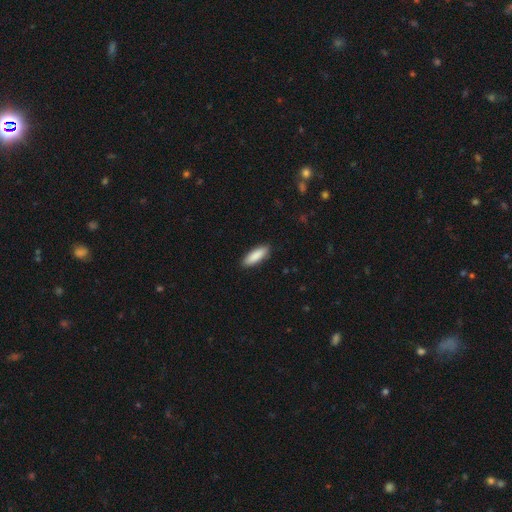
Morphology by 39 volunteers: A smooth galaxy with no disk features (95%) that is in between round and cigar-shaped (76%).

Vote fractions:
- Smooth or featured? smooth: 95% / star or artifact: 5% / featured or disk: 0%
- How rounded? in between: 76% / cigar-shaped: 24% / round: 0%
- Merging? none: 92% / minor disturbance: 5% / merger: 3% / major disturbance: 0%